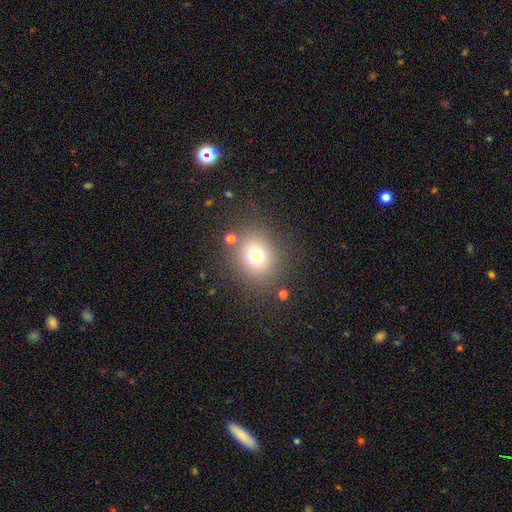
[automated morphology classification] Smooth or featured? Predicted: smooth (p=0.73). How rounded? Predicted: round (p=0.78). Merging? Predicted: none (p=0.80).